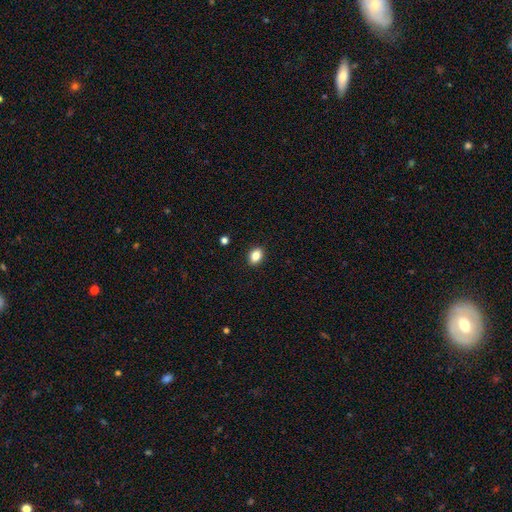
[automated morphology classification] Smooth or featured? Predicted: smooth (p=0.85). How rounded? Predicted: in between (p=0.78). Merging? Predicted: none (p=0.90).